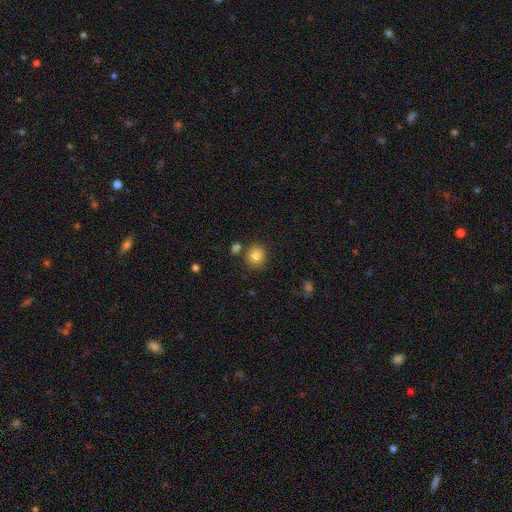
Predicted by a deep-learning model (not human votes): Smooth or featured: smooth — 85% (star or artifact — 10%)
How rounded: round — 86% (in between — 13%)
Merging: none — 80% (minor disturbance — 9%)